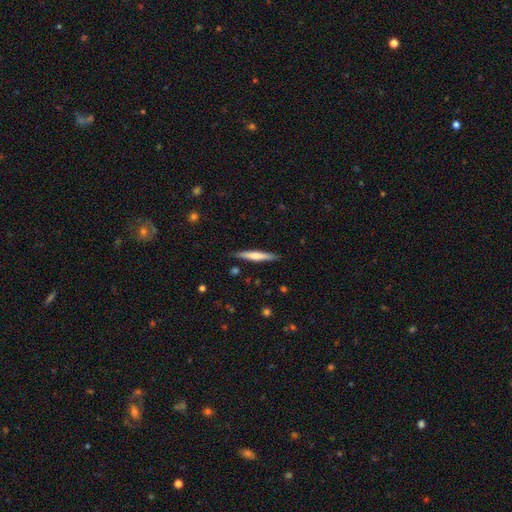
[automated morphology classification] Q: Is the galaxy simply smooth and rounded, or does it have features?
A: smooth — 55%.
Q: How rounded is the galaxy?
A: cigar-shaped — 93%.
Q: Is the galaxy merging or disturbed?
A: none — 88%.